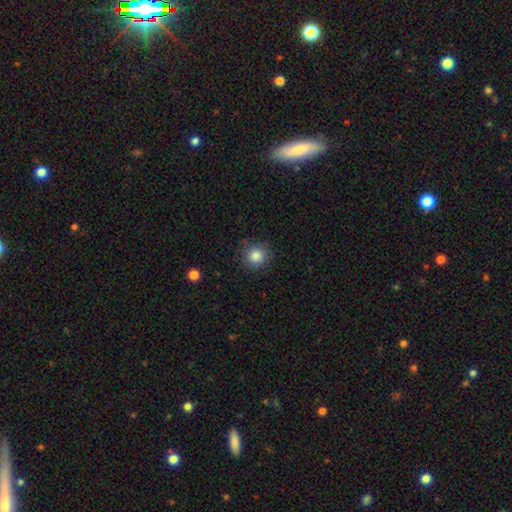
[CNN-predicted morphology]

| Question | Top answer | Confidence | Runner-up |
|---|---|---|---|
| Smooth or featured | smooth | 85% | star or artifact (10%) |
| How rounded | round | 91% | in between (8%) |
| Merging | none | 86% | minor disturbance (10%) |